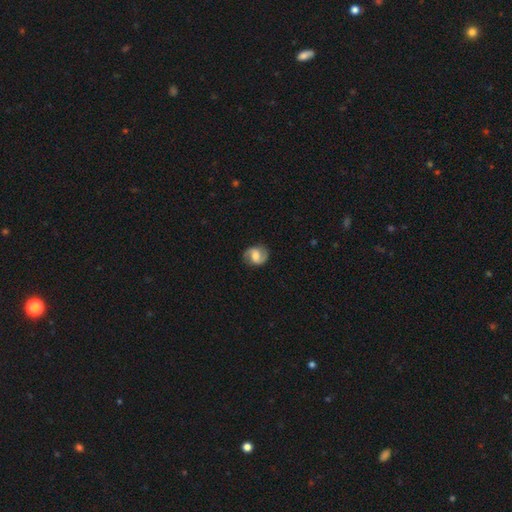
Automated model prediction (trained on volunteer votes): This appears to be a featured or disk galaxy (78%) with a weak bar (49%), 2 (92%) medium (52%) spiral arms (96%) and a moderate central bulge (56%). Merging: none (85%).